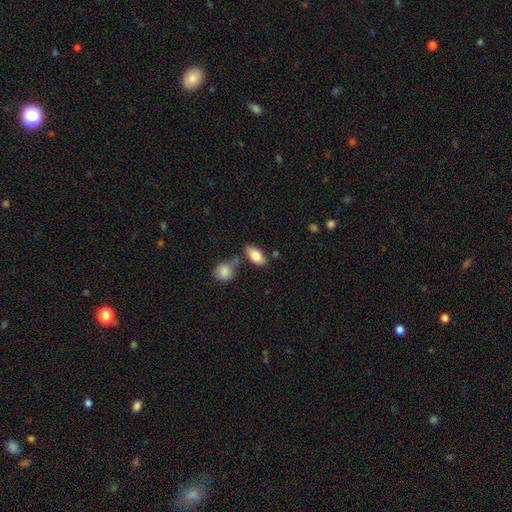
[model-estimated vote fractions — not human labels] Smooth or featured?
  - smooth: 80% *
  - featured or disk: 13%
  - star or artifact: 7%
How rounded?
  - in between: 88% *
  - cigar-shaped: 8%
  - round: 4%
Merging?
  - none: 66% *
  - minor disturbance: 15%
  - merger: 15%
  - major disturbance: 4%